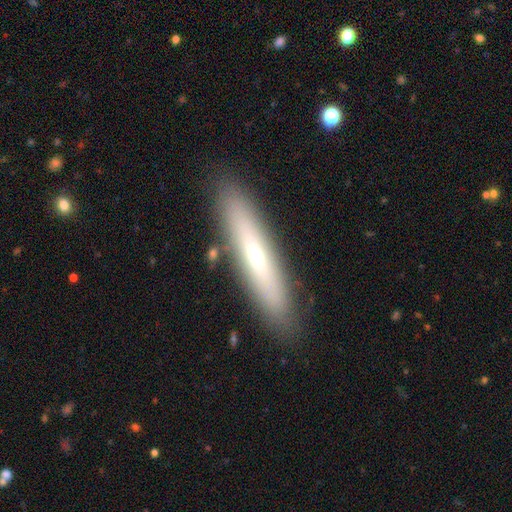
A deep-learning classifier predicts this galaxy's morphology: type=smooth (49%); merging=none (87%).